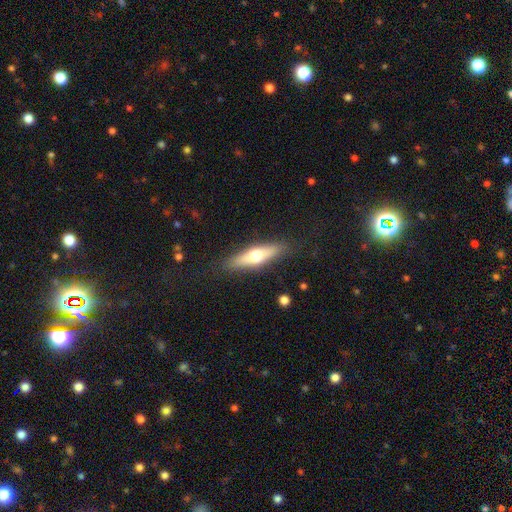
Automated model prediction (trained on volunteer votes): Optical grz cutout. It shows a smooth galaxy with no disk features (49%). Merging: none (86%).